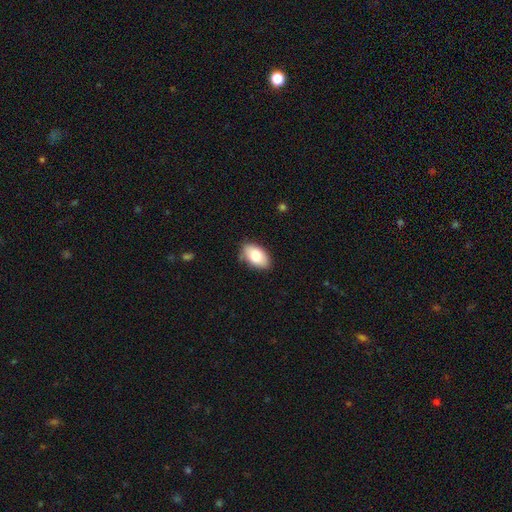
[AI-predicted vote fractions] Q: Smooth or featured?
A: smooth (79%); runner-up: featured or disk (14%)
Q: How rounded?
A: in between (93%); runner-up: round (5%)
Q: Merging?
A: none (81%); runner-up: minor disturbance (15%)